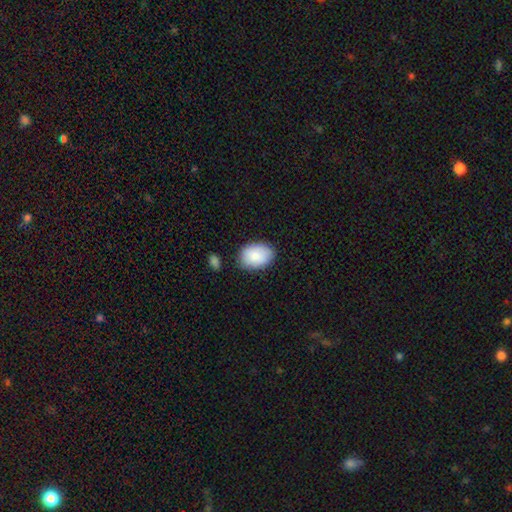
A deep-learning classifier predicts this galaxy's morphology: smooth-or-featured: smooth: 86% | featured or disk: 8% | star or artifact: 6%
  how-rounded: in between: 83% | round: 16% | cigar-shaped: 1%
  merging: none: 79% | minor disturbance: 15% | major disturbance: 3% | merger: 3%